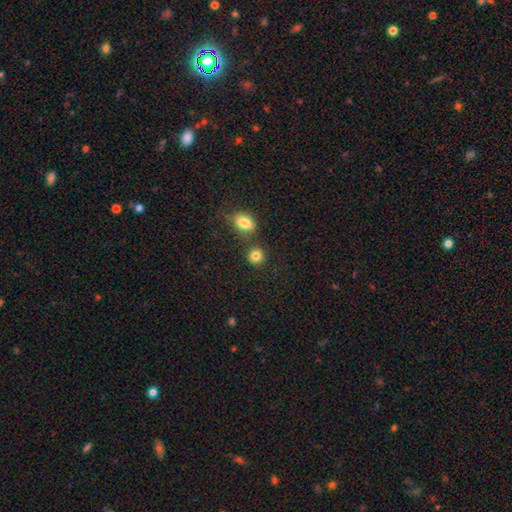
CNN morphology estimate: smooth 84%, star or artifact 11%, featured or disk 6%. Down the decision tree: how rounded — round (85%); merging — none (75%).